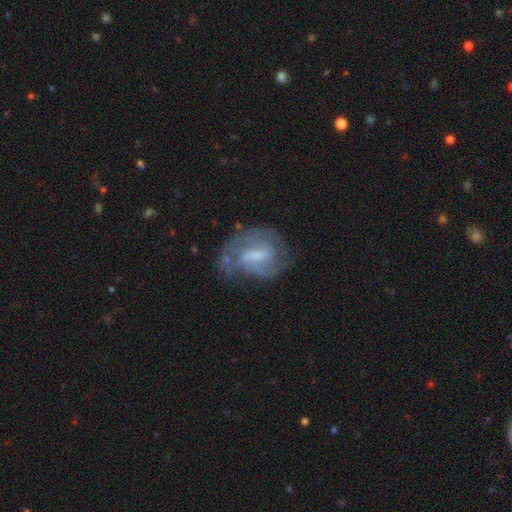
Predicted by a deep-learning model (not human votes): The model was most divided on "spiral winding": tight: 45%, medium: 41%, loose: 14%. Remaining: edge-on disk — no (96%); spiral arms — yes (82%); smooth or featured — featured or disk (73%); merging — none (55%); bar — weak (53%); spiral arm count — 2 (46%); bulge size — moderate (38%).